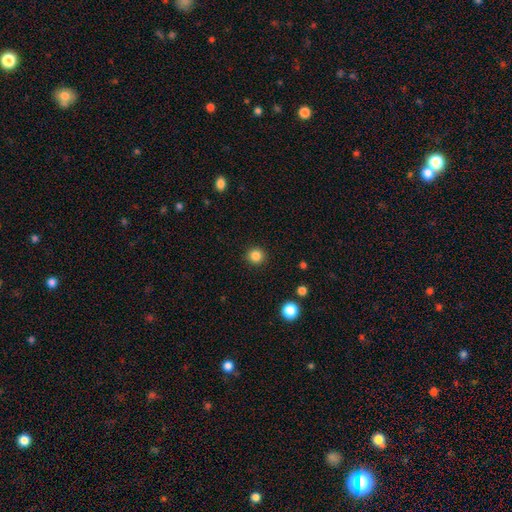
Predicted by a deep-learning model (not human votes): The model was most divided on "smooth or featured": smooth: 85%, star or artifact: 12%, featured or disk: 4%. More confident: how rounded — round (94%); merging — none (92%).